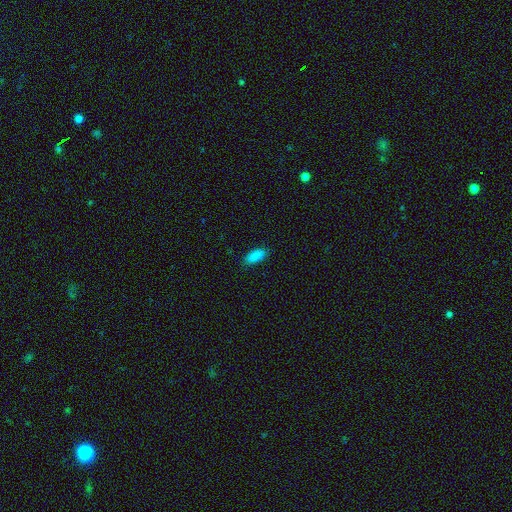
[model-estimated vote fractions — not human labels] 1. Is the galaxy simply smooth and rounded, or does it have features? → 89% smooth, 7% star or artifact, 4% featured or disk.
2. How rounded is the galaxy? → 78% in between, 20% cigar-shaped, 2% round.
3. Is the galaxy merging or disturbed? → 86% none, 11% minor disturbance, 2% major disturbance, 1% merger.